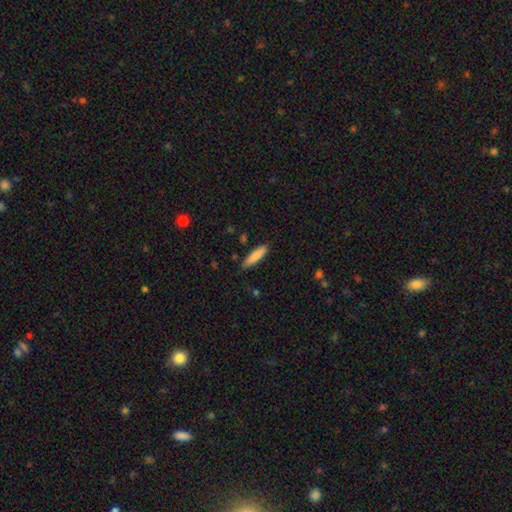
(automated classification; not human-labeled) smooth-or-featured: smooth: 83% | featured or disk: 11% | star or artifact: 6%
  how-rounded: cigar-shaped: 72% | in between: 27% | round: 1%
  merging: none: 86% | minor disturbance: 10% | major disturbance: 2% | merger: 2%